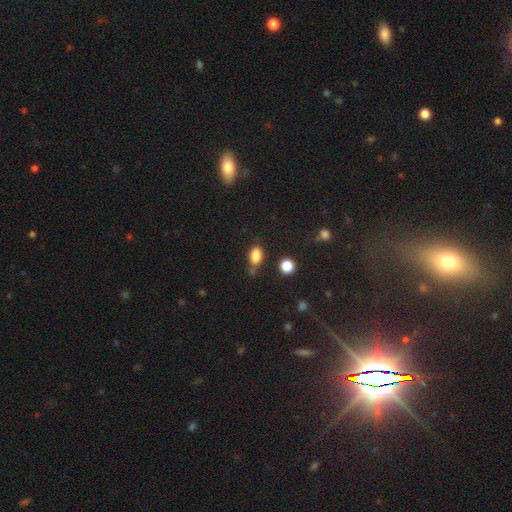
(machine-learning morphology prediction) Smooth or featured? smooth (84%)
How rounded? in between (84%)
Merging? none (61%)